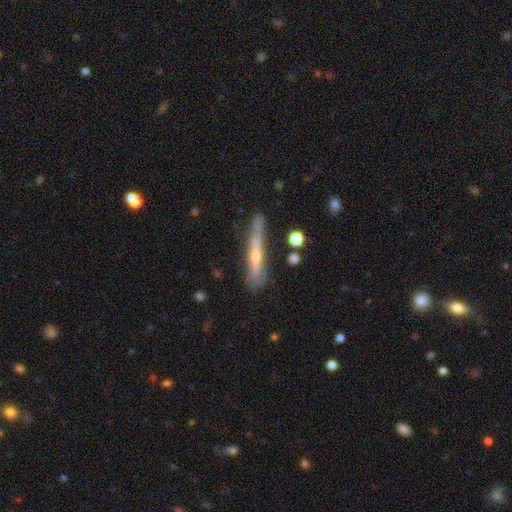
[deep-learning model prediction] smooth_or_featured: featured or disk (p=0.60) [alt: smooth p=0.33]
disk_edge_on: yes (p=0.87) [alt: no p=0.13]
edge_on_bulge: rounded (p=0.67) [alt: none p=0.29]
merging: none (p=0.69) [alt: minor disturbance p=0.22]